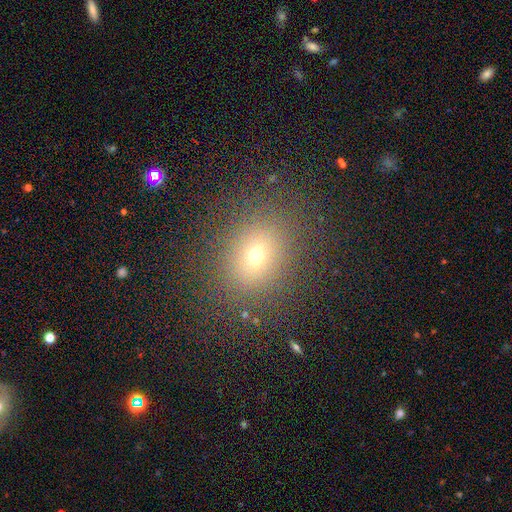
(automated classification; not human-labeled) Smooth or featured? smooth (70%)
How rounded? round (57%)
Merging? none (83%)